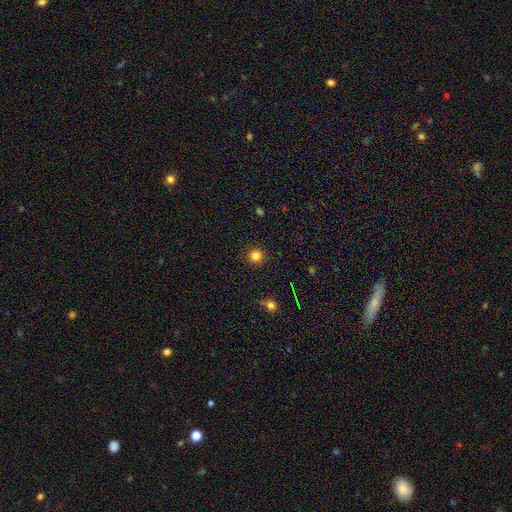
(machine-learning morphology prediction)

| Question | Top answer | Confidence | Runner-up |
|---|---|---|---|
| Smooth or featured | smooth | 82% | star or artifact (14%) |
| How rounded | round | 95% | in between (4%) |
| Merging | none | 91% | minor disturbance (6%) |